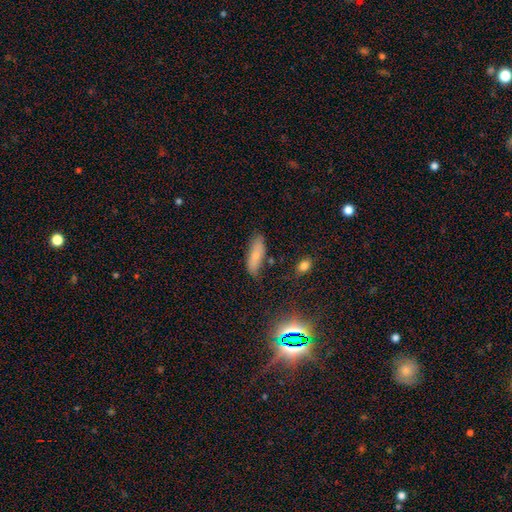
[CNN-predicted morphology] A smooth galaxy with no disk features (72%) that is in between round and cigar-shaped (60%). Merging: none (71%).